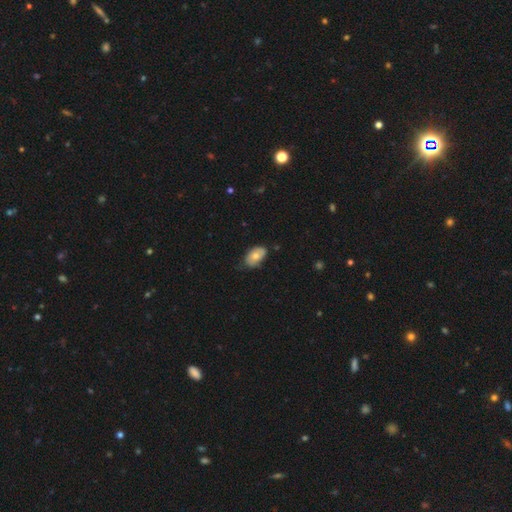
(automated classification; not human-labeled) This appears to be a smooth galaxy with no disk features (64%) that is in between round and cigar-shaped (91%). Merging: none (60%).